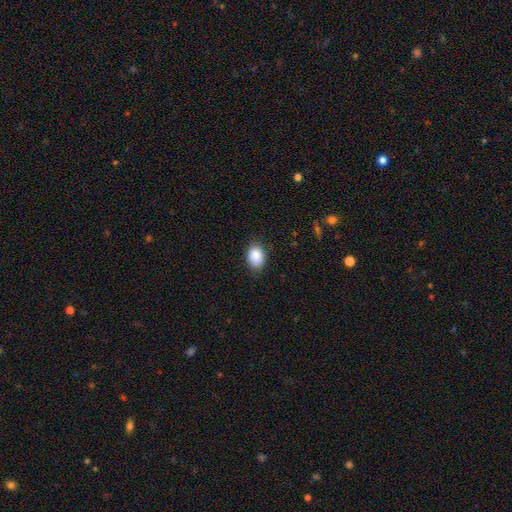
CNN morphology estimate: Smooth or featured? smooth (87%)
How rounded? in between (74%)
Merging? none (82%)